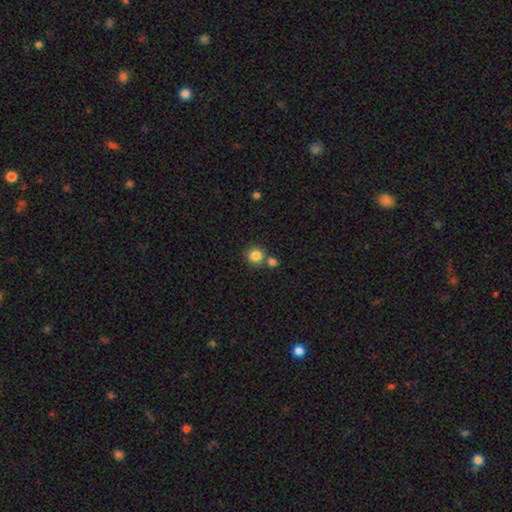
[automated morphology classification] Smooth or featured?
  - smooth: 84% *
  - star or artifact: 10%
  - featured or disk: 5%
How rounded?
  - round: 90% *
  - in between: 9%
  - cigar-shaped: 1%
Merging?
  - none: 63% *
  - merger: 26%
  - minor disturbance: 9%
  - major disturbance: 3%